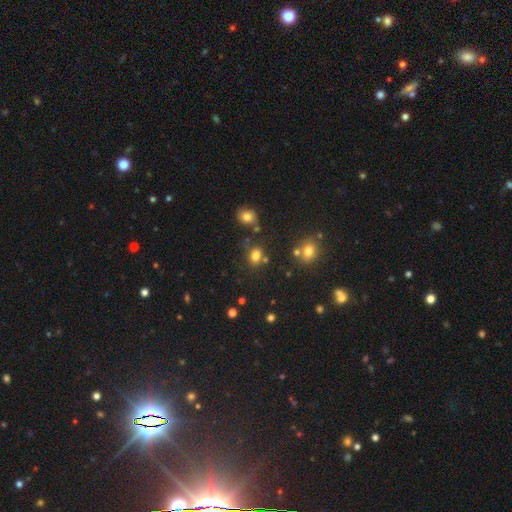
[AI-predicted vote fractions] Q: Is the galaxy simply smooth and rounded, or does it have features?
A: smooth — 78%.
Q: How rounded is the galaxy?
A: round — 52%.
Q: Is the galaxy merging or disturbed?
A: none — 72%.